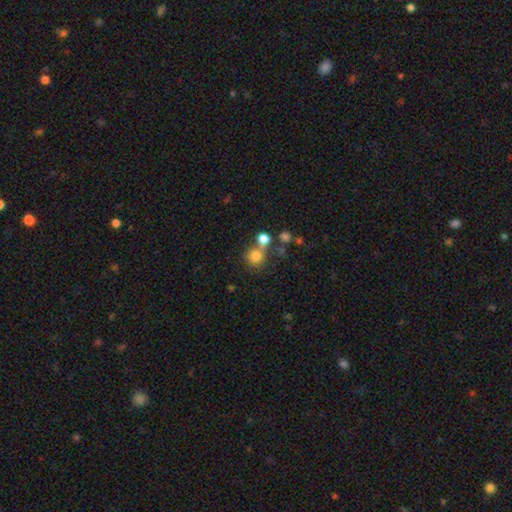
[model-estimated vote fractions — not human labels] Overall: smooth (77%). How rounded: round (89%). Merging: none (58%; merger 29%).